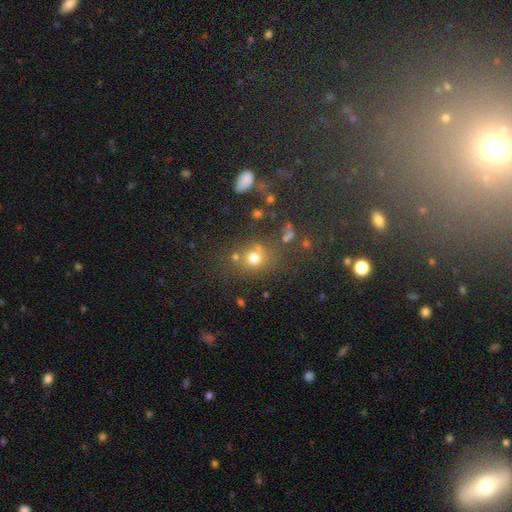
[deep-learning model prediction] Morphology: type=smooth (53%); roundness=round (75%); merging=none (67%).